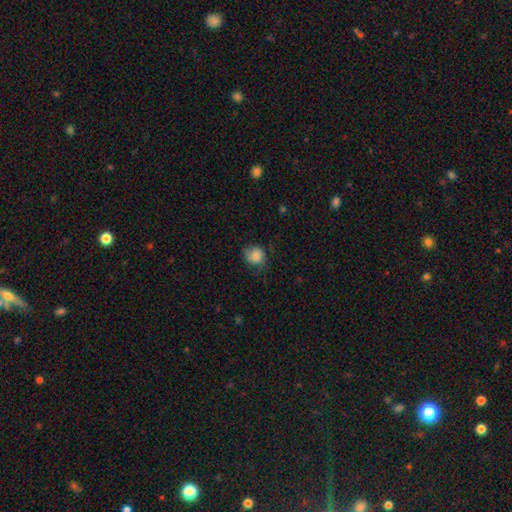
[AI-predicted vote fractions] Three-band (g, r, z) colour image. It shows a smooth galaxy with no disk features (83%) that is round (82%). Merging: none (65%).